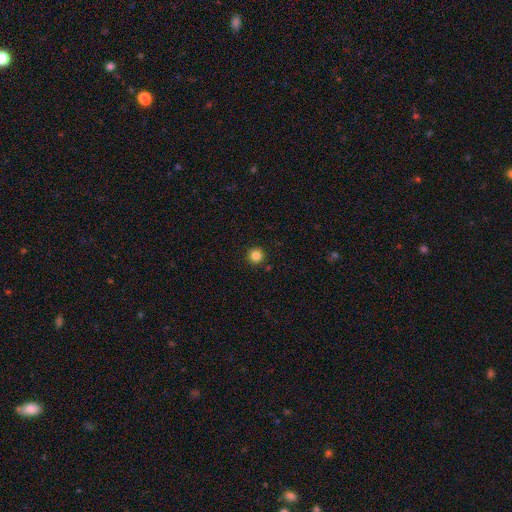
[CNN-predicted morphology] smooth 84%, star or artifact 12%, featured or disk 4%. Down the decision tree: how rounded — round (96%); merging — none (92%).